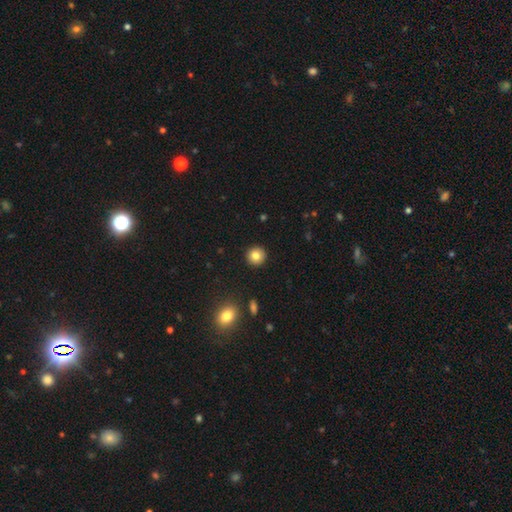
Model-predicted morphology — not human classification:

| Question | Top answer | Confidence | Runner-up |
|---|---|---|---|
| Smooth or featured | smooth | 82% | star or artifact (10%) |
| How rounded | round | 94% | in between (5%) |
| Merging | none | 92% | minor disturbance (5%) |